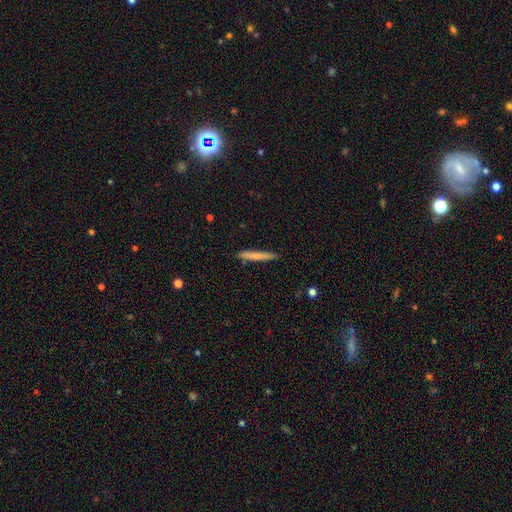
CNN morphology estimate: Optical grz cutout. It shows a smooth galaxy with no disk features (72%) that is cigar-shaped (95%). Merging: none (88%).